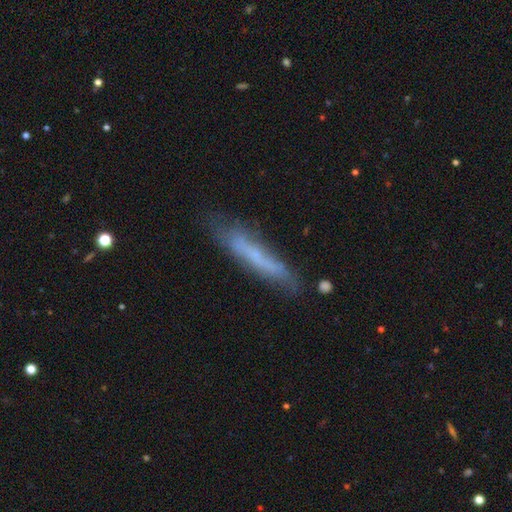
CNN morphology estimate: Smooth or featured?
  - smooth: 50% *
  - featured or disk: 41%
  - star or artifact: 8%
How rounded?
  - cigar-shaped: 90% *
  - in between: 9%
  - round: 1%
Merging?
  - none: 68% *
  - minor disturbance: 22%
  - major disturbance: 6%
  - merger: 3%